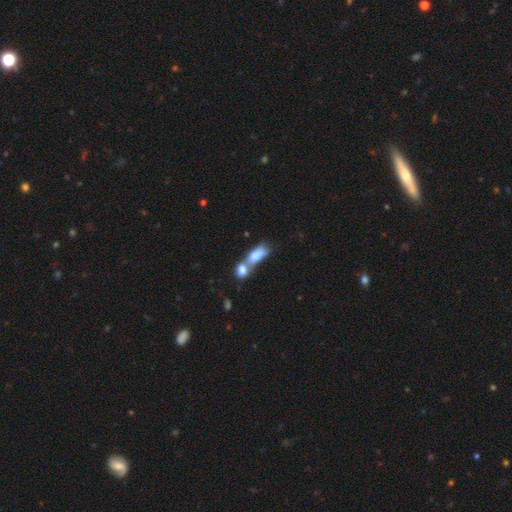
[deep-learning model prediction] Smooth or featured? smooth (74%)
How rounded? in between (71%)
Merging? merger (71%)